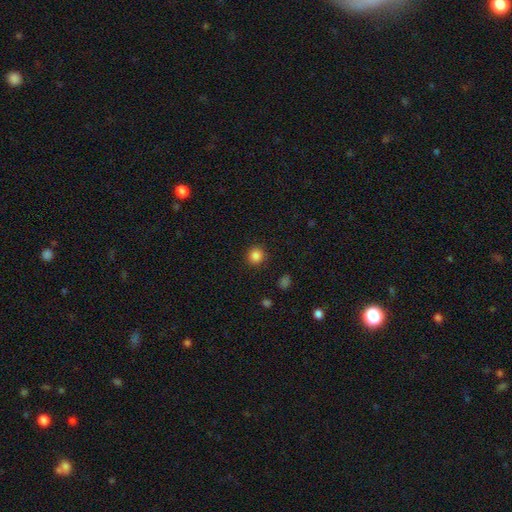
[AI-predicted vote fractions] A smooth galaxy with no disk features (85%) that is round (92%). Merging: none (90%).